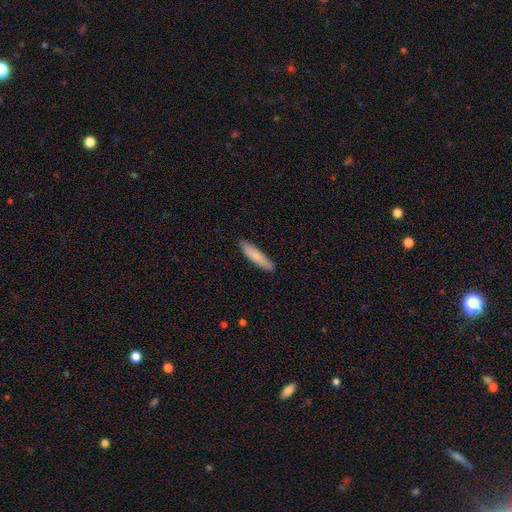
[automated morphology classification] A smooth galaxy with no disk features (80%) that is cigar-shaped (80%). Merging: none (87%).